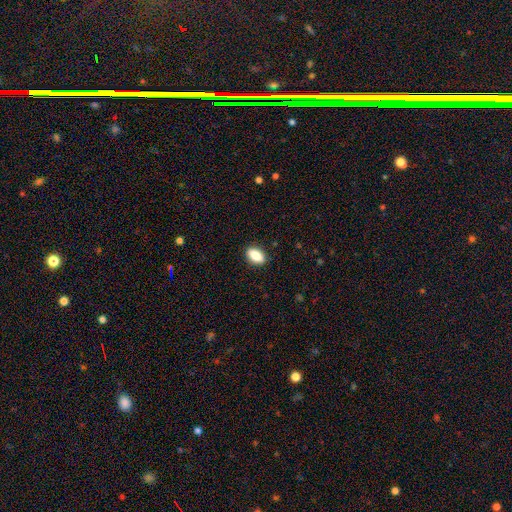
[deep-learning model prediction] A smooth galaxy with no disk features (84%) that is in between round and cigar-shaped (88%).

Vote fractions:
- Smooth or featured? smooth: 84% / featured or disk: 8% / star or artifact: 7%
- How rounded? in between: 88% / round: 7% / cigar-shaped: 4%
- Merging? none: 89% / minor disturbance: 8% / major disturbance: 2% / merger: 1%